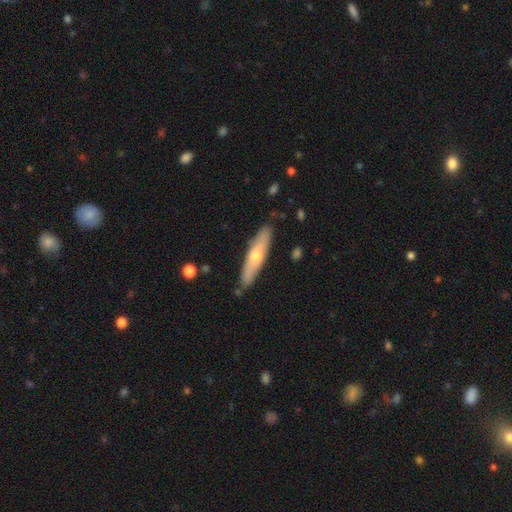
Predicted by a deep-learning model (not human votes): Morphology: type=smooth (50%); merging=none (85%).